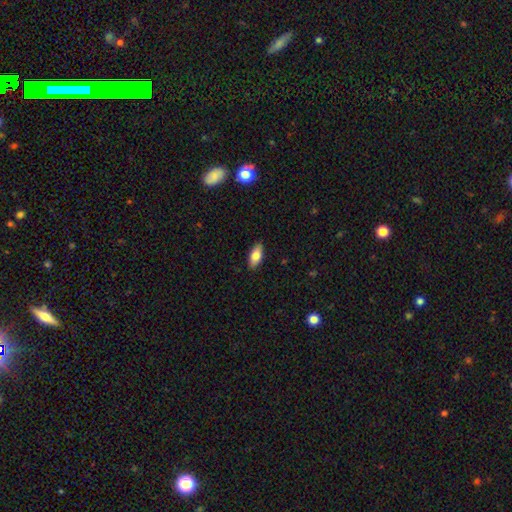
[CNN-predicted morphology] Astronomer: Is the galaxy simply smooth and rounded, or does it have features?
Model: smooth — 78%.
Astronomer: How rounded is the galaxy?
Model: in between — 86%.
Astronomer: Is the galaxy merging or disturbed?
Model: none — 89%.